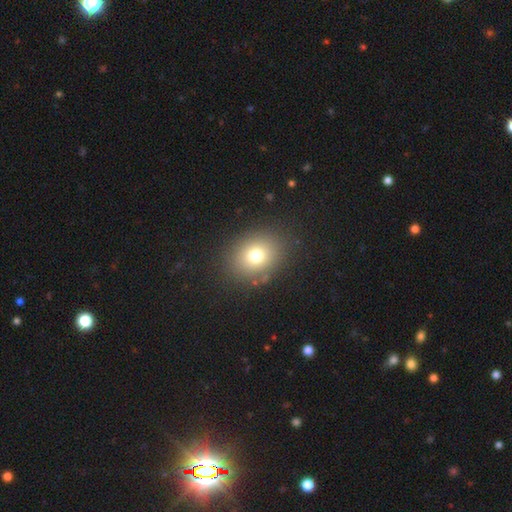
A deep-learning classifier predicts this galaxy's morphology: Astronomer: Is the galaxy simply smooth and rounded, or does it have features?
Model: smooth — 75%.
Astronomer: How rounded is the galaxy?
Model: round — 56% (runner-up: in between, 43%).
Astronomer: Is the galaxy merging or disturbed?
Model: none — 85%.